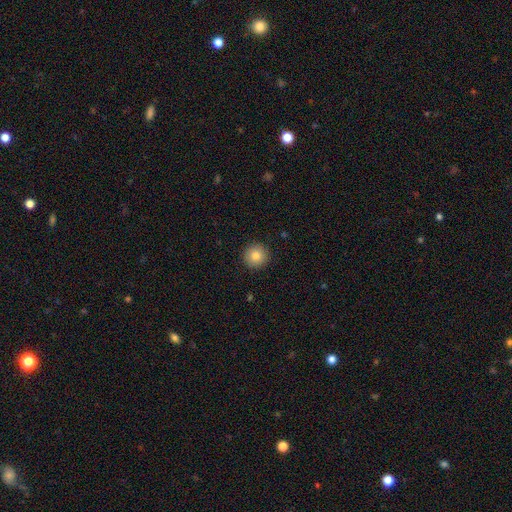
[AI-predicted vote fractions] This appears to be a smooth galaxy with no disk features (83%) that is round (95%). Merging: none (92%).